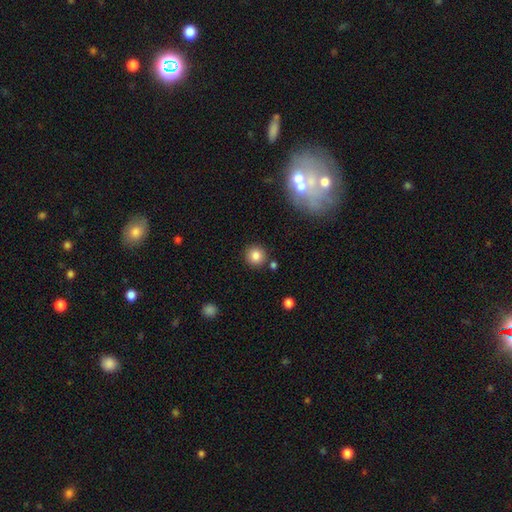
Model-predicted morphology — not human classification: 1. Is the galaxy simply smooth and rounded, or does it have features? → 83% smooth, 11% star or artifact, 6% featured or disk.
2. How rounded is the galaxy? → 93% round, 6% in between, 1% cigar-shaped.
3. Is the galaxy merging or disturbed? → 86% none, 7% minor disturbance, 5% merger, 2% major disturbance.